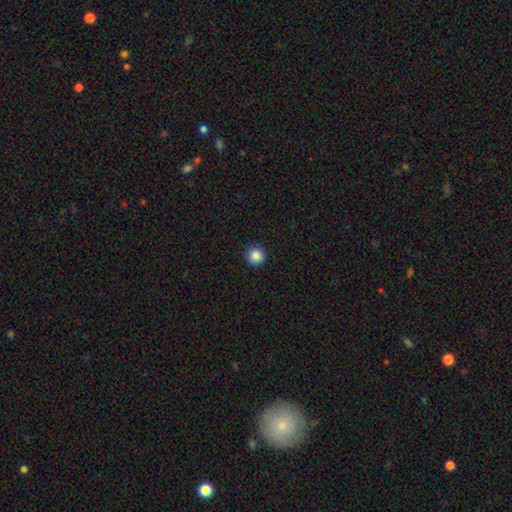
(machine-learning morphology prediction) The model was most divided on "smooth or featured": smooth: 86%, star or artifact: 10%, featured or disk: 4%. More confident: how rounded — round (96%); merging — none (93%).